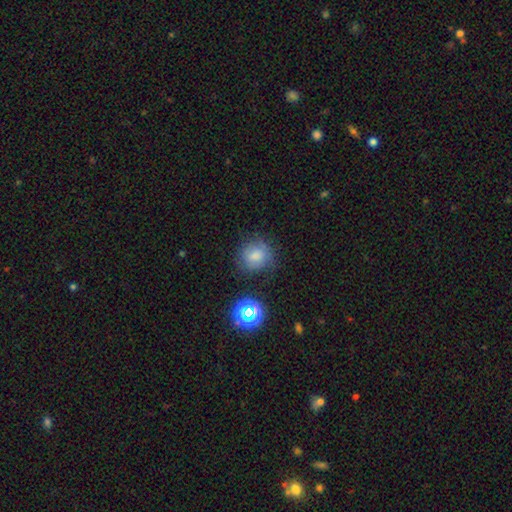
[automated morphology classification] Smooth or featured? smooth (70%)
How rounded? round (82%)
Merging? none (69%)